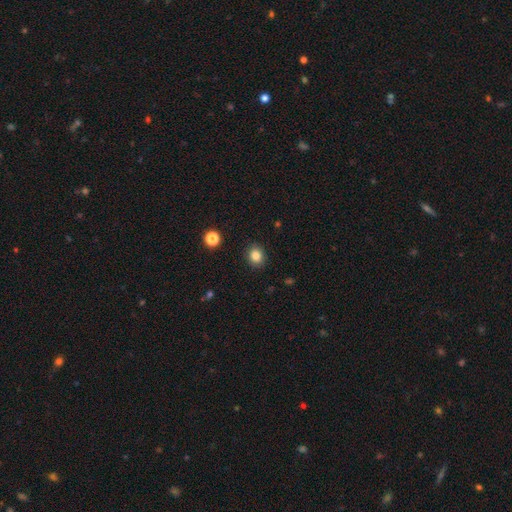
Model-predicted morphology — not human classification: Q: Smooth or featured?
A: smooth (85%); runner-up: star or artifact (11%)
Q: How rounded?
A: round (66%); runner-up: in between (33%)
Q: Merging?
A: none (89%); runner-up: minor disturbance (8%)